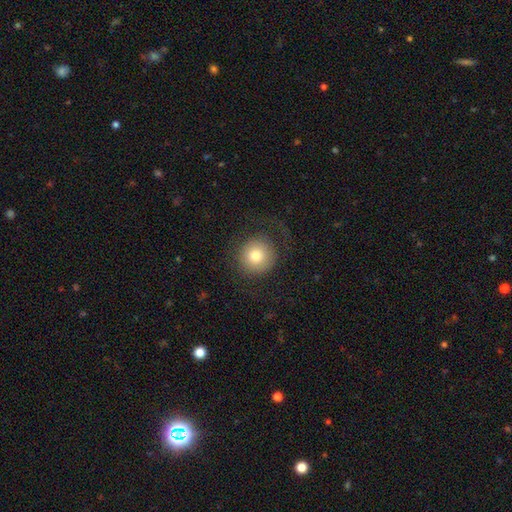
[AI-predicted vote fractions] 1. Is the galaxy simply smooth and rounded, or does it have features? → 74% smooth, 17% featured or disk, 9% star or artifact.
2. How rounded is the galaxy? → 95% round, 5% in between, 1% cigar-shaped.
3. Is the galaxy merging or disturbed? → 73% none, 15% major disturbance, 10% minor disturbance, 1% merger.